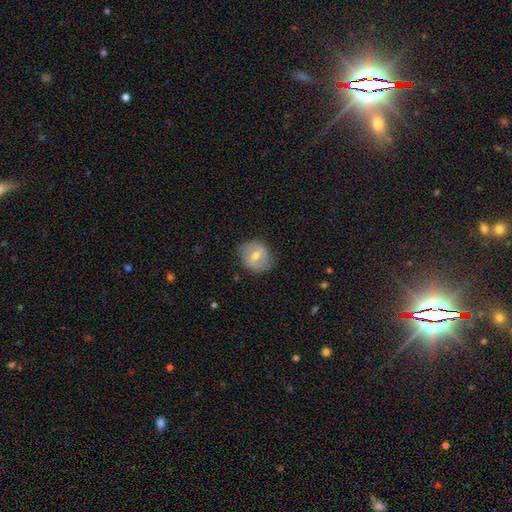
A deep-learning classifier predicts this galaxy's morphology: Smooth or featured? featured or disk (50%)
Edge-on disk? no (95%)
Merging? none (79%)